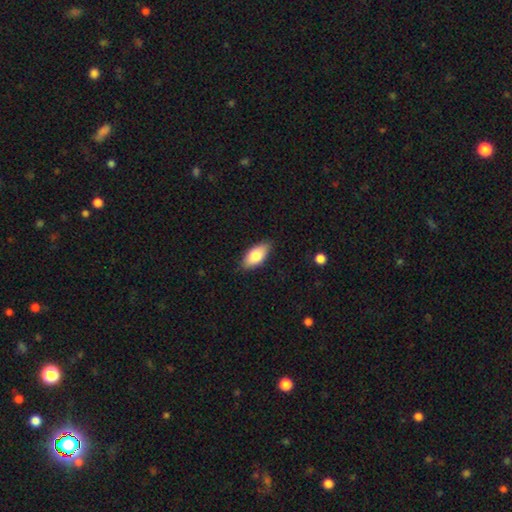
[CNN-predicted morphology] type=smooth (79%); roundness=in between (89%); merging=none (85%).